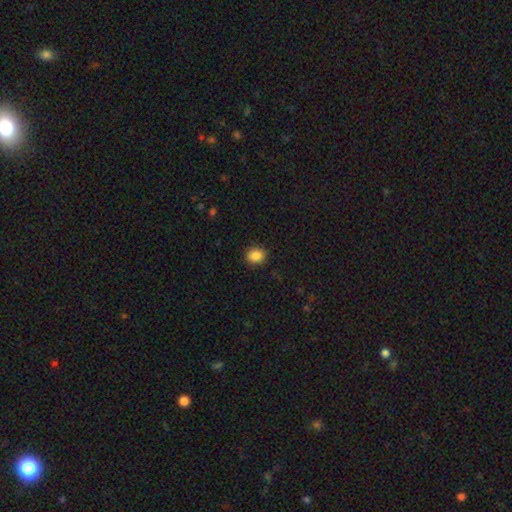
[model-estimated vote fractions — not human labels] Smooth or featured? Predicted: smooth (p=0.87). How rounded? Predicted: round (p=0.66). Merging? Predicted: none (p=0.91).